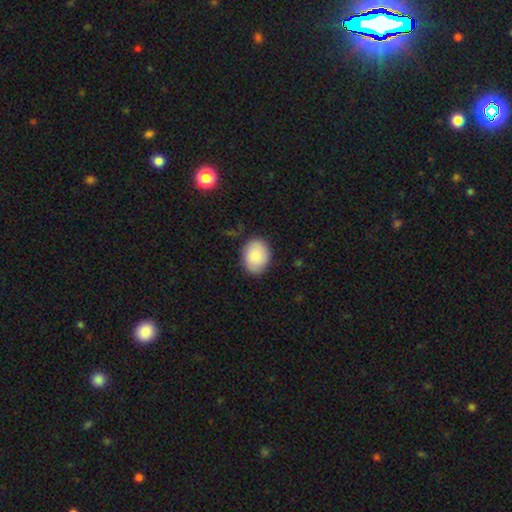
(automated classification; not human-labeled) smooth_or_featured: smooth (p=0.86) [alt: featured or disk p=0.07]
how_rounded: in between (p=0.65) [alt: round p=0.34]
merging: none (p=0.81) [alt: minor disturbance p=0.14]